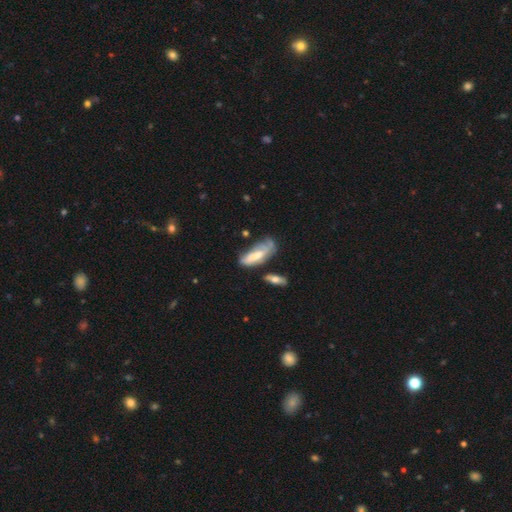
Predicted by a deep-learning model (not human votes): smooth_or_featured: smooth (p=0.54) [alt: featured or disk p=0.39]
how_rounded: in between (p=0.71) [alt: cigar-shaped p=0.27]
merging: none (p=0.35) [alt: minor disturbance p=0.30]